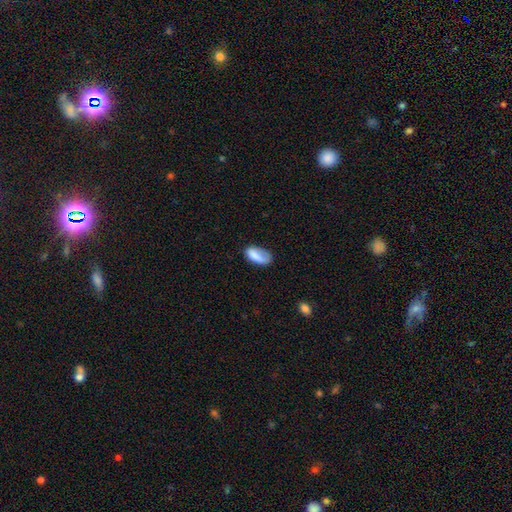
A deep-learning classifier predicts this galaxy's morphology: type=smooth (79%); roundness=in between (91%); merging=none (55%).